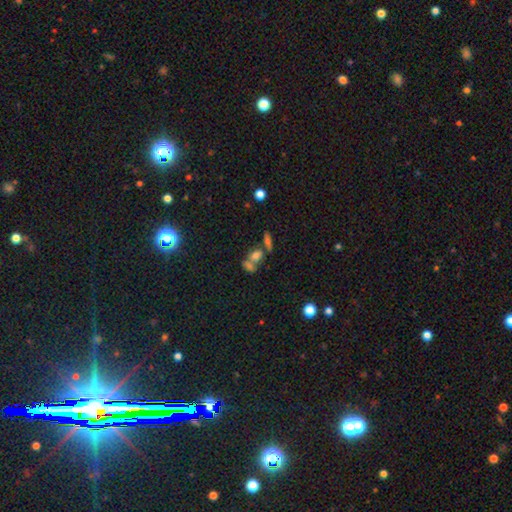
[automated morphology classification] A smooth galaxy with no disk features (61%) that is in between round and cigar-shaped (60%). Merging: merger (46%).